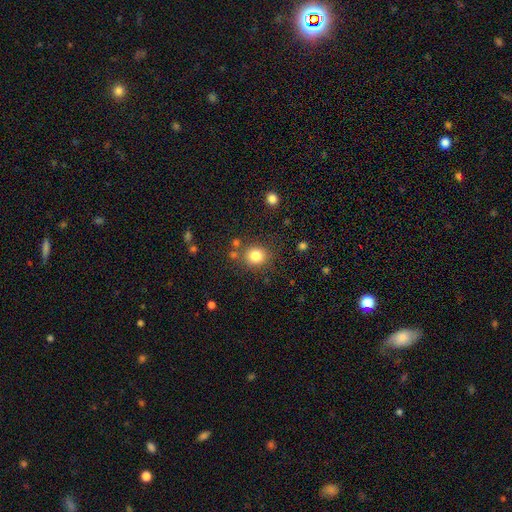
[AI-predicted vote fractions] A smooth galaxy with no disk features (81%) that is round (81%). Merging: none (79%).